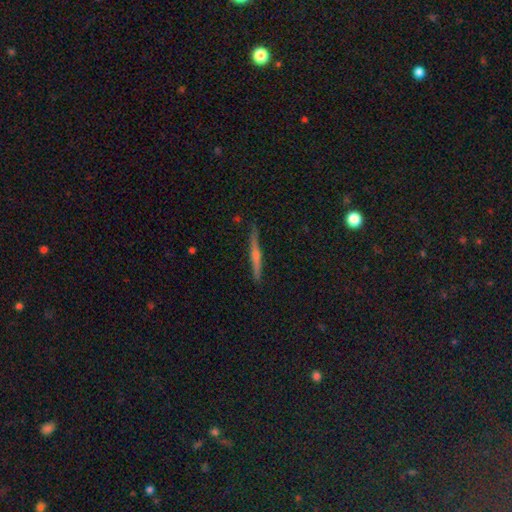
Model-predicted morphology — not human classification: Smooth or featured: featured or disk — 65% (smooth — 28%)
Edge-on disk: yes — 97% (no — 3%)
Edge-on bulge: rounded — 68% (none — 23%)
Merging: none — 89% (minor disturbance — 8%)